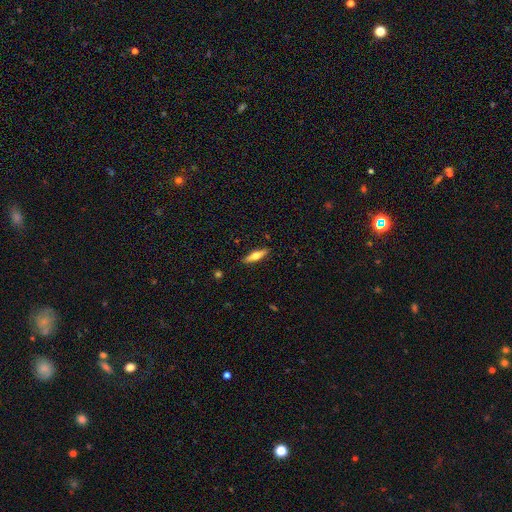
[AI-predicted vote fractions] Overall: featured or disk (47%, tied with smooth). Merging: none (89%).